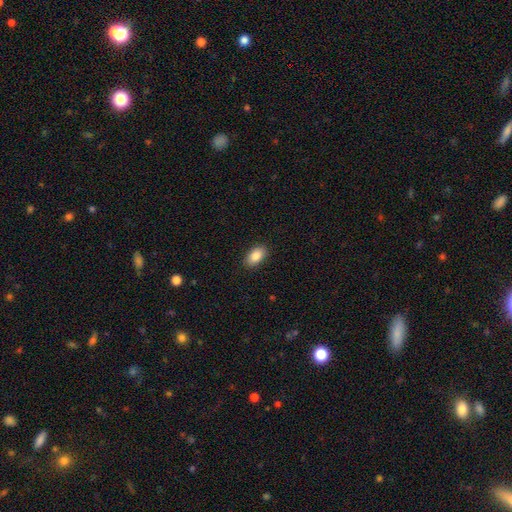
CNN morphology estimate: Overall: smooth (85%). How rounded: in between (92%). Merging: none (89%).